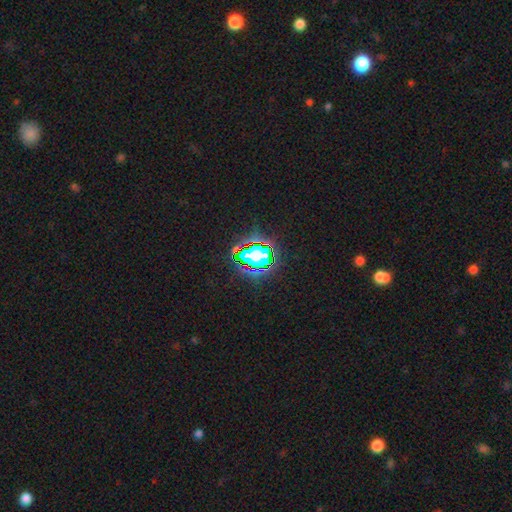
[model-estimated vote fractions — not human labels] Morphology: type=star or artifact (63%).